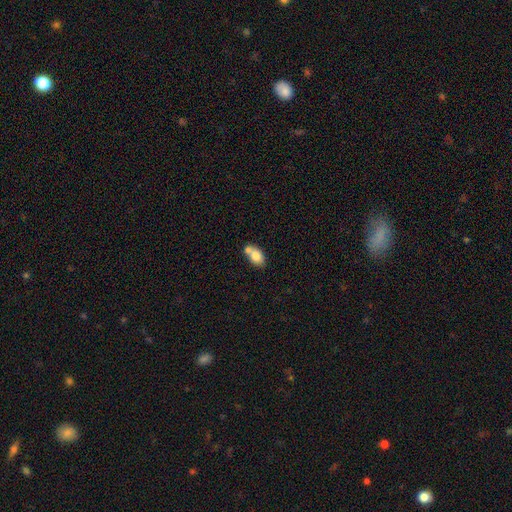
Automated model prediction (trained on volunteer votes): Smooth or featured: smooth — 78% (featured or disk — 14%)
How rounded: in between — 84% (round — 14%)
Merging: merger — 41% (tied with none — 41%)